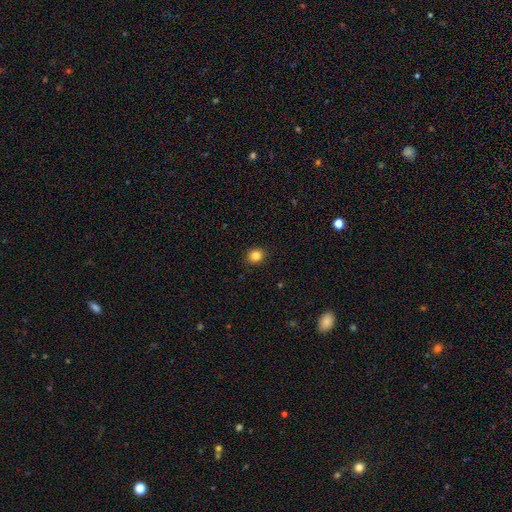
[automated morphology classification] A smooth galaxy with no disk features (84%) that is round (74%).

Vote fractions:
- Smooth or featured? smooth: 84% / star or artifact: 11% / featured or disk: 5%
- How rounded? round: 74% / in between: 25% / cigar-shaped: 1%
- Merging? none: 91% / minor disturbance: 7% / major disturbance: 2% / merger: 1%